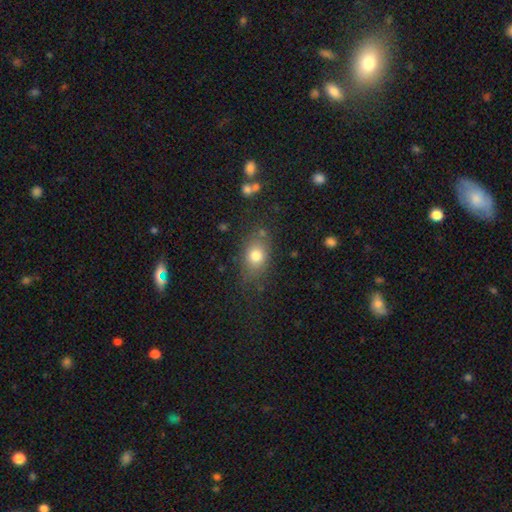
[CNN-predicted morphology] This is likely a smooth galaxy (77%). How rounded: likely in between (64%). Merging: likely none (75%).